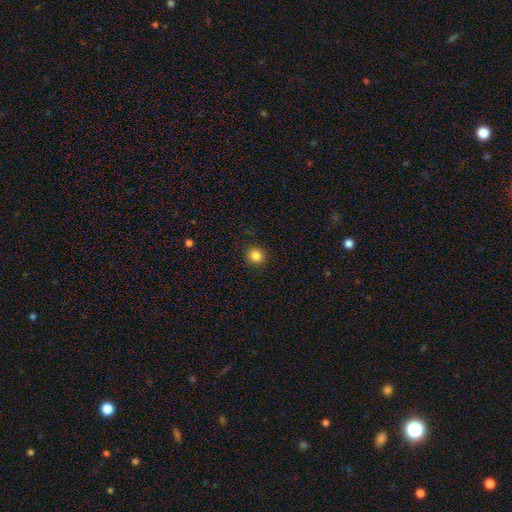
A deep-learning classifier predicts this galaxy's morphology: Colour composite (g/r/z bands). It shows a smooth galaxy with no disk features (85%) that is round (92%). Merging: none (91%).